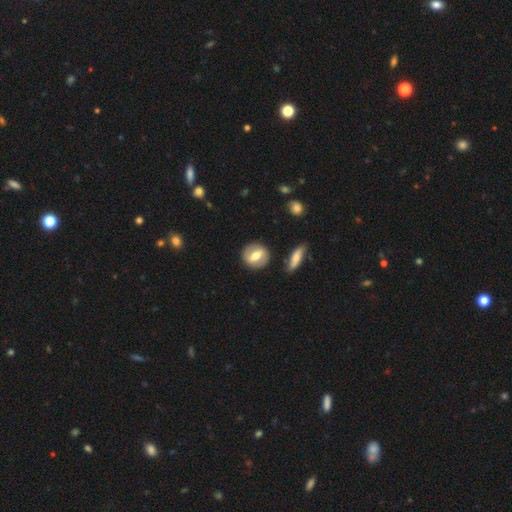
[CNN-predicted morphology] Overall: featured or disk (47%; smooth 46%). Merging: none (84%).